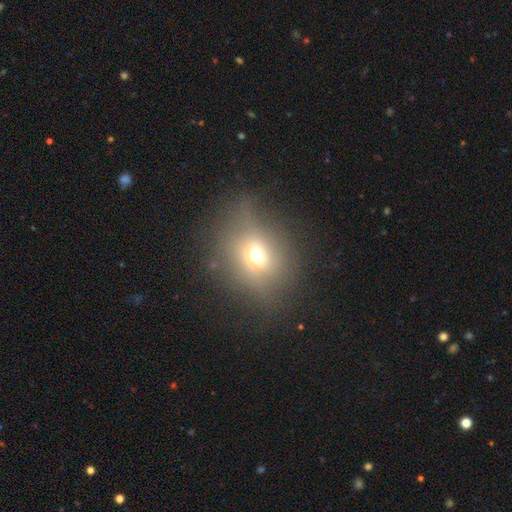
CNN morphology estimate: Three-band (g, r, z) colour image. It shows a smooth galaxy with no disk features (59%) that is round (67%). Merging: none (63%).